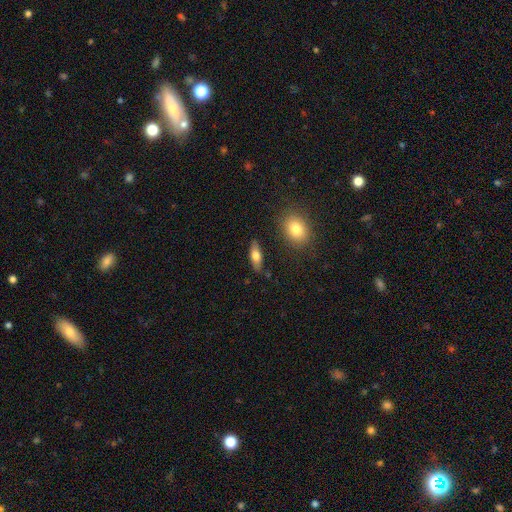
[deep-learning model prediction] Smooth or featured: smooth — 67% (featured or disk — 26%)
How rounded: in between — 70% (cigar-shaped — 26%)
Merging: none — 84% (minor disturbance — 11%)